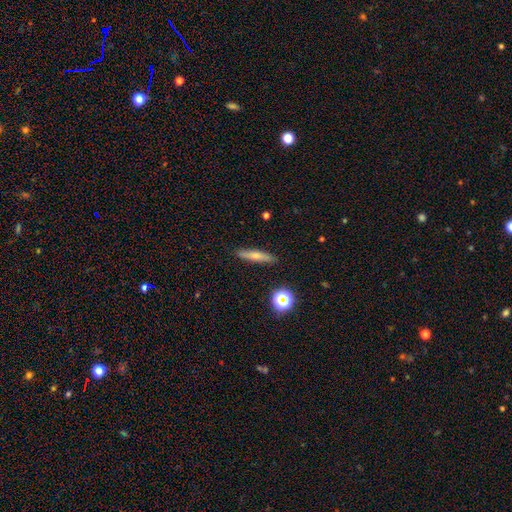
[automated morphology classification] Smooth or featured: smooth — 60% (featured or disk — 30%)
How rounded: cigar-shaped — 87% (in between — 11%)
Merging: none — 88% (minor disturbance — 9%)